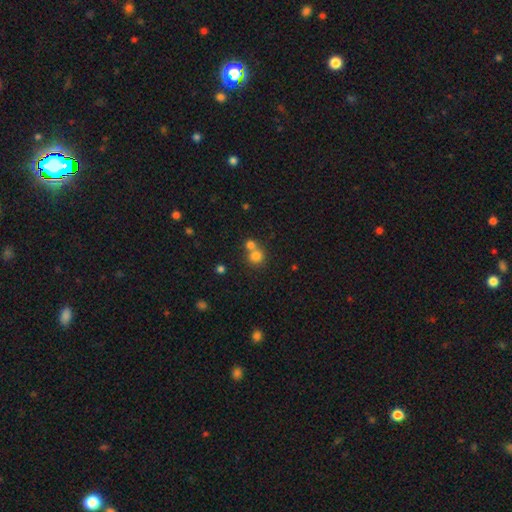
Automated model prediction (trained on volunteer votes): smooth-or-featured: smooth: 78% | star or artifact: 13% | featured or disk: 9%
  how-rounded: round: 86% | in between: 13% | cigar-shaped: 1%
  merging: merger: 47% | none: 45% | minor disturbance: 6% | major disturbance: 2%